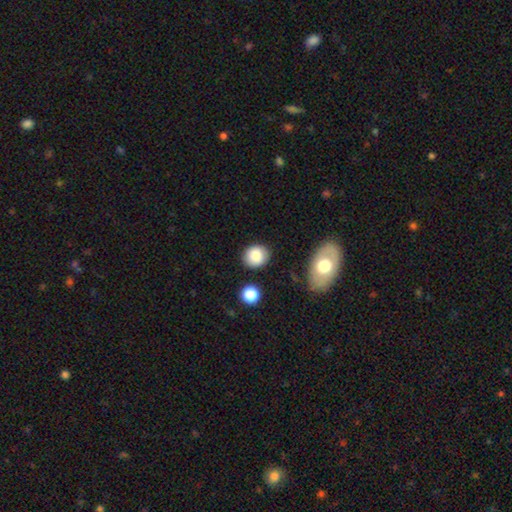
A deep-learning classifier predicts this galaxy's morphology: This appears to be a smooth galaxy with no disk features (84%) that is round (70%). Merging: none (83%).